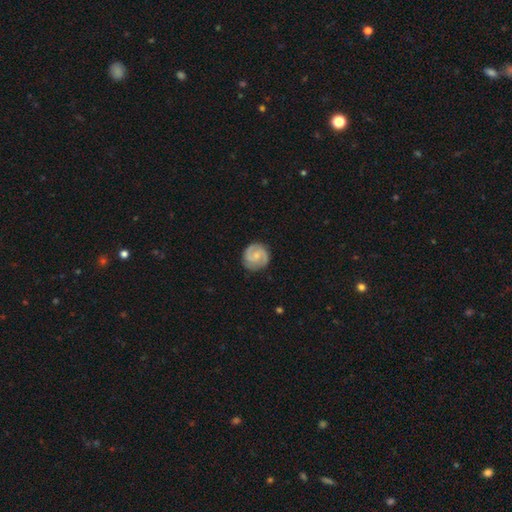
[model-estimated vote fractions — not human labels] Q: Smooth or featured?
A: featured or disk (67%); runner-up: smooth (28%)
Q: Edge-on disk?
A: no (98%); runner-up: yes (2%)
Q: Bar?
A: no (50%); runner-up: weak (43%)
Q: Spiral arms?
A: yes (94%); runner-up: no (6%)
Q: Spiral winding?
A: medium (45%); runner-up: tight (42%)
Q: Spiral arm count?
A: 2 (81%); runner-up: can't tell (8%)
Q: Bulge size?
A: small (56%); runner-up: moderate (30%)
Q: Merging?
A: none (84%); runner-up: minor disturbance (12%)